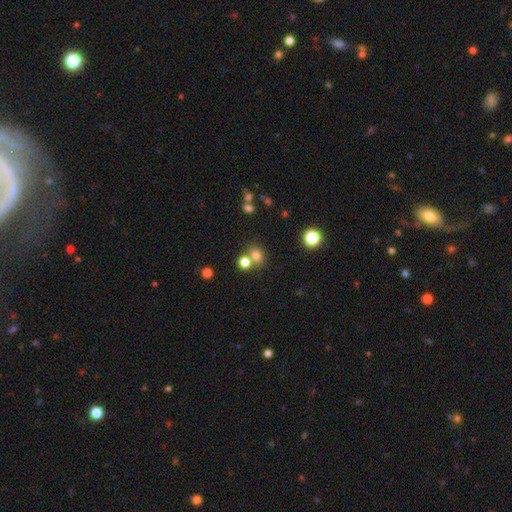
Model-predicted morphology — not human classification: The model was most divided on "merging": none: 56%, merger: 31%, minor disturbance: 9%, major disturbance: 4%. More confident: smooth or featured — smooth (74%); how rounded — round (64%).